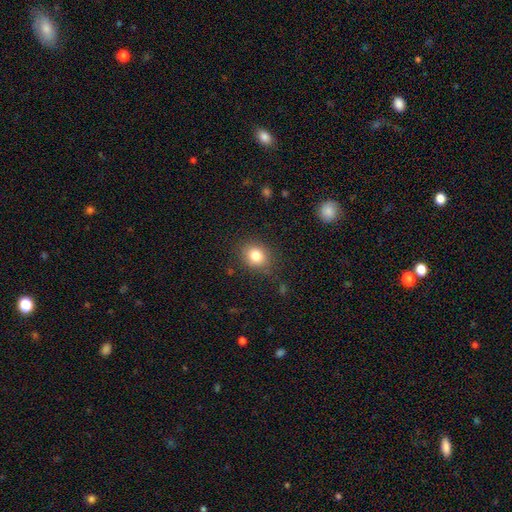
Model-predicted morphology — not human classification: smooth 81%, star or artifact 11%, featured or disk 8%. Down the decision tree: how rounded — round (63%); merging — none (83%).